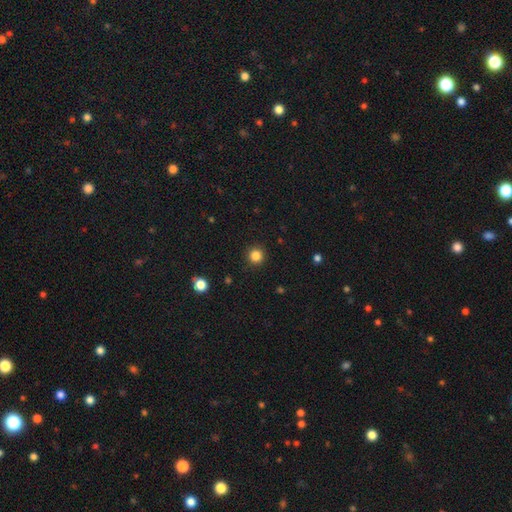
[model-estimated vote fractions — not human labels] Overall: smooth (84%). How rounded: round (95%). Merging: none (92%).